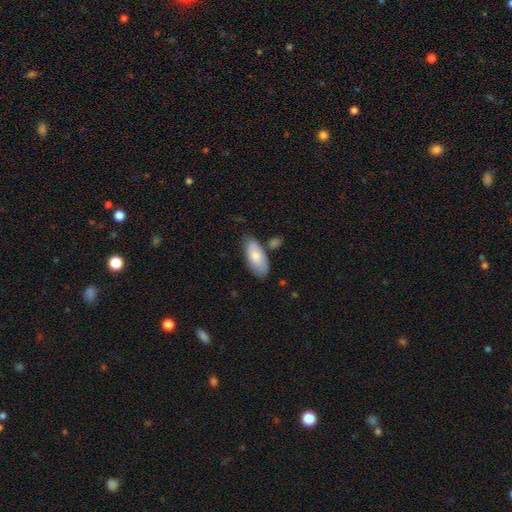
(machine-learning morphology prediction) Smooth or featured? smooth (75%)
How rounded? in between (89%)
Merging? none (71%)